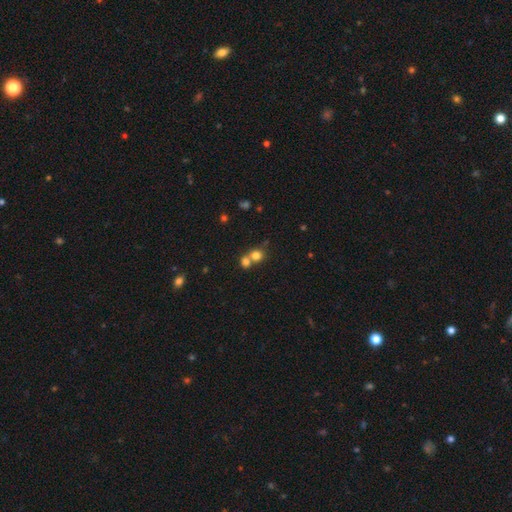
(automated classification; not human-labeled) A smooth galaxy with no disk features (76%) that is round (82%). Merging: merger (53%).